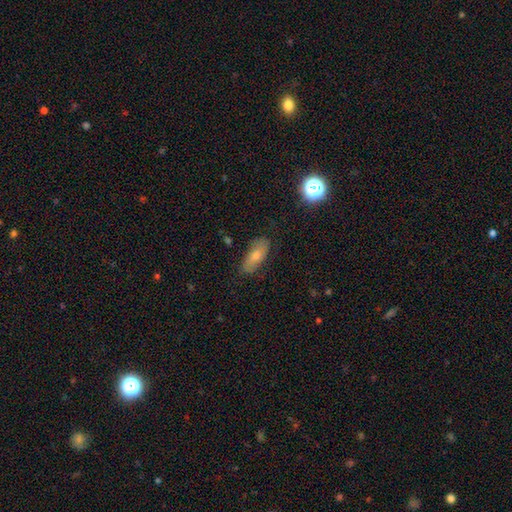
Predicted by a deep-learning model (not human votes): Smooth or featured: smooth — 72% (featured or disk — 20%)
How rounded: in between — 80% (cigar-shaped — 17%)
Merging: none — 78% (minor disturbance — 17%)